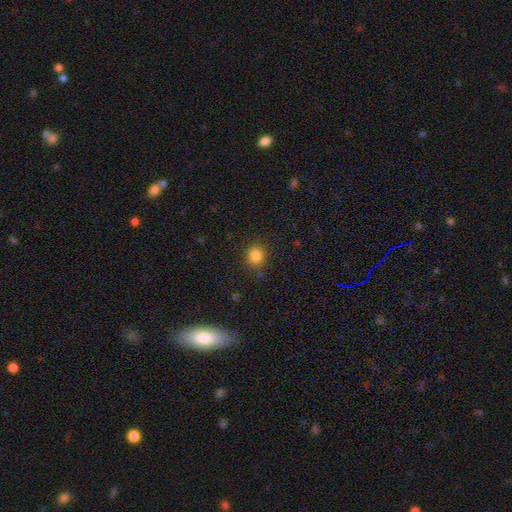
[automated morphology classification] Smooth or featured? smooth (84%)
How rounded? round (81%)
Merging? none (86%)